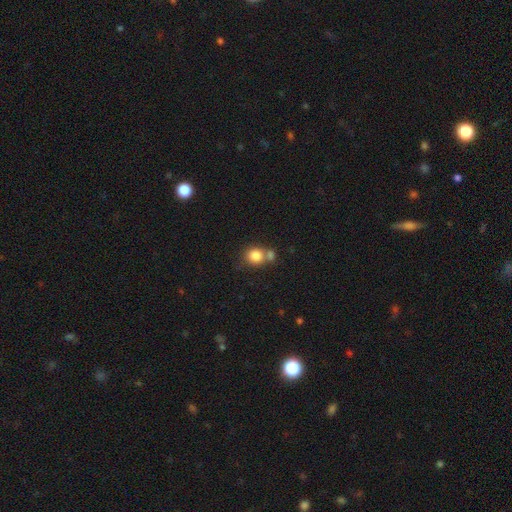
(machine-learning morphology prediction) smooth_or_featured: smooth (p=0.82) [alt: star or artifact p=0.10]
how_rounded: round (p=0.79) [alt: in between p=0.20]
merging: none (p=0.48) [alt: merger p=0.38]